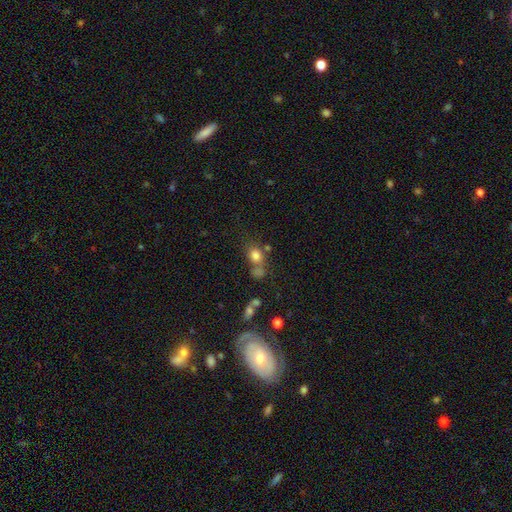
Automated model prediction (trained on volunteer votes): Smooth or featured: smooth — 78% (star or artifact — 13%)
How rounded: round — 57% (in between — 41%)
Merging: none — 51% (merger — 27%)